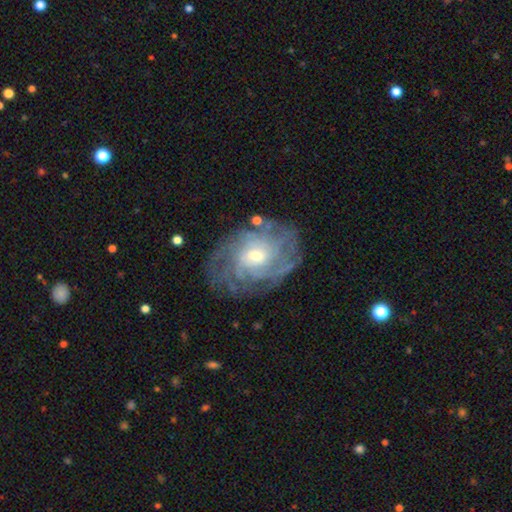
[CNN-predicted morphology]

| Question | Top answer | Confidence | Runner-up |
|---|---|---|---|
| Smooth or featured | featured or disk | 81% | smooth (13%) |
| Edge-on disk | no | 96% | yes (4%) |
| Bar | no | 60% | weak (34%) |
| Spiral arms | yes | 89% | no (11%) |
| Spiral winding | tight | 64% | medium (27%) |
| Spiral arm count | can't tell | 48% | 4 (15%) |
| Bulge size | small | 51% | moderate (43%) |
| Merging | none | 71% | minor disturbance (18%) |